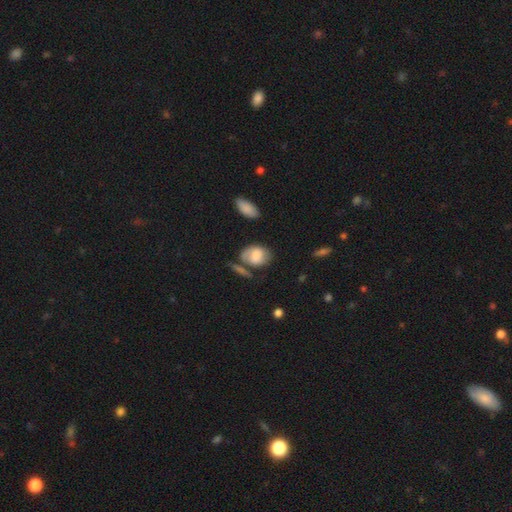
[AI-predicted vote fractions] This appears to be a smooth galaxy with no disk features (71%) that is in between round and cigar-shaped (76%). Merging: none (50%).